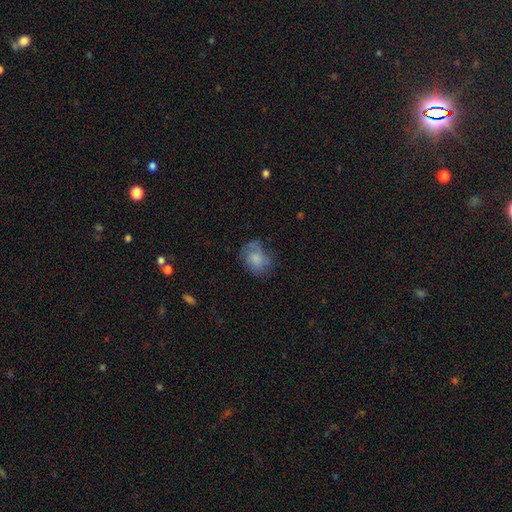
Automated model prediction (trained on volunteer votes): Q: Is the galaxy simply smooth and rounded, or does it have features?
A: smooth — 61%.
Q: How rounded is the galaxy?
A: in between — 52%.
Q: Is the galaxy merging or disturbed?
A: none — 55%.